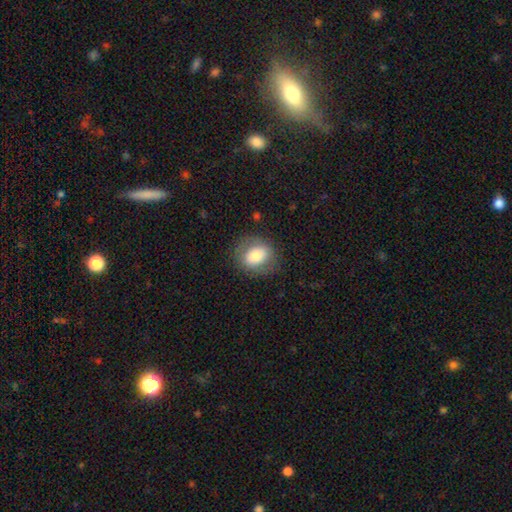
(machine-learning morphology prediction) Smooth or featured?
  - smooth: 71% *
  - featured or disk: 21%
  - star or artifact: 8%
How rounded?
  - round: 54% *
  - in between: 45%
  - cigar-shaped: 1%
Merging?
  - none: 78% *
  - minor disturbance: 14%
  - major disturbance: 6%
  - merger: 1%